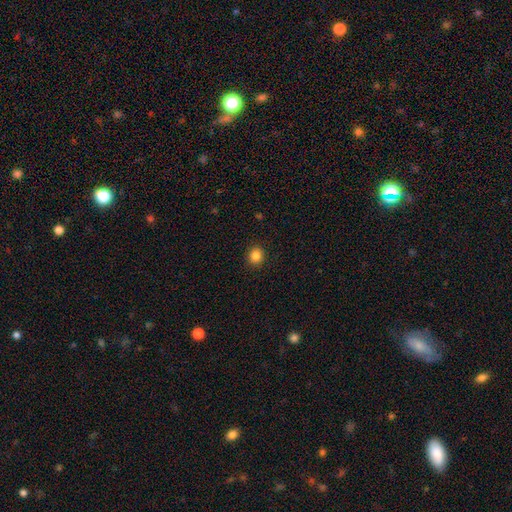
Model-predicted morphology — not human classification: Overall: smooth (86%). How rounded: round (84%). Merging: none (92%).